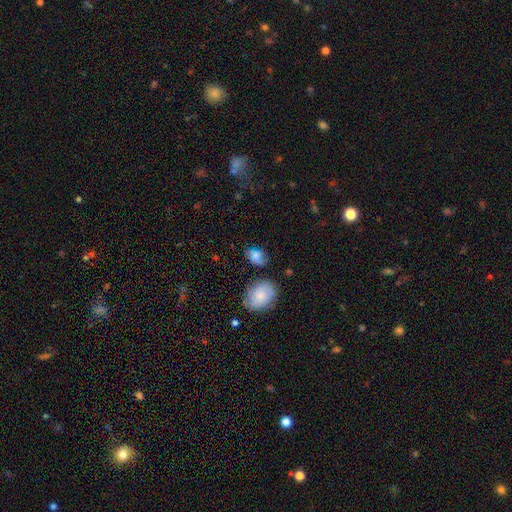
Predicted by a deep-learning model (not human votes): Q: Smooth or featured?
A: smooth (71%); runner-up: featured or disk (18%)
Q: How rounded?
A: in between (74%); runner-up: round (25%)
Q: Merging?
A: none (63%); runner-up: minor disturbance (23%)